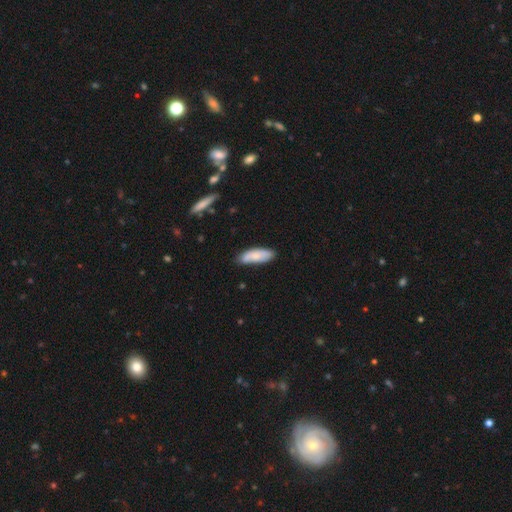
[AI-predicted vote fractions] Smooth or featured?
  - smooth: 76% *
  - featured or disk: 18%
  - star or artifact: 6%
How rounded?
  - in between: 64% *
  - cigar-shaped: 34%
  - round: 2%
Merging?
  - none: 75% *
  - minor disturbance: 20%
  - major disturbance: 3%
  - merger: 2%